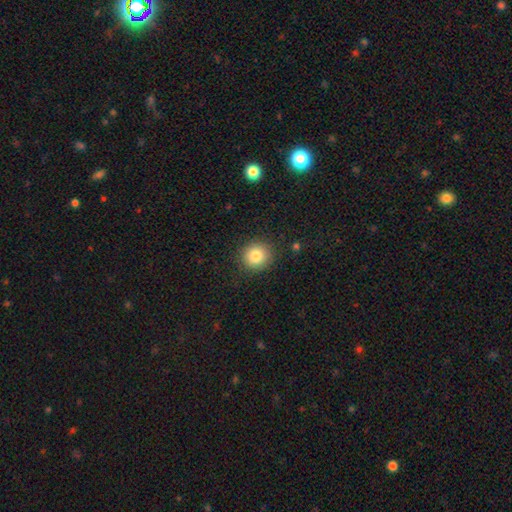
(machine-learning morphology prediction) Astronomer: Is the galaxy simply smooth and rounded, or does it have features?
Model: smooth — 83%.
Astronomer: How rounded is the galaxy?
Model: round — 88%.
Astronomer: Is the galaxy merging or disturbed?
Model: none — 88%.